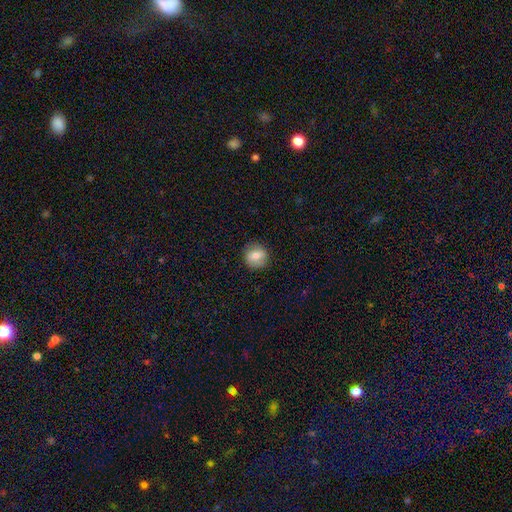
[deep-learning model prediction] smooth 66%, featured or disk 25%, star or artifact 9%. Down the decision tree: how rounded — round (88%); merging — none (87%).